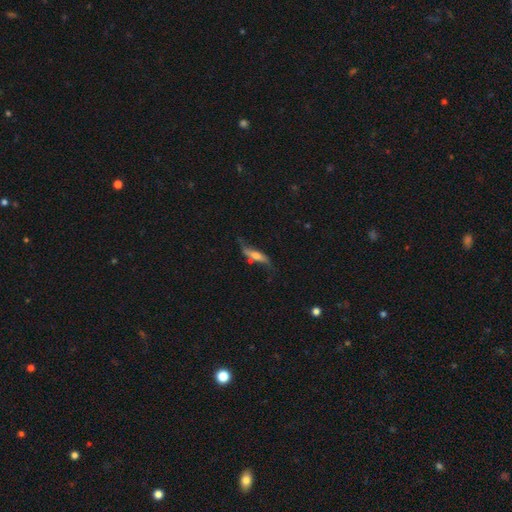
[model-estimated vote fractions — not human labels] This is possibly a featured or disk galaxy (60%). It is likely viewed edge-on (62%). Merging: possibly none (51%).